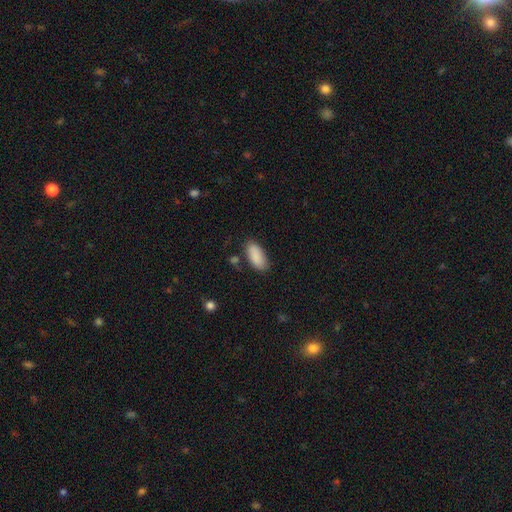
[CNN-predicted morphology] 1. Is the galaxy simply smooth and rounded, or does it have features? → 89% smooth, 6% star or artifact, 5% featured or disk.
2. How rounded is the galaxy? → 89% in between, 9% cigar-shaped, 2% round.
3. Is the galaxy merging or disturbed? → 78% none, 15% minor disturbance, 4% major disturbance, 4% merger.